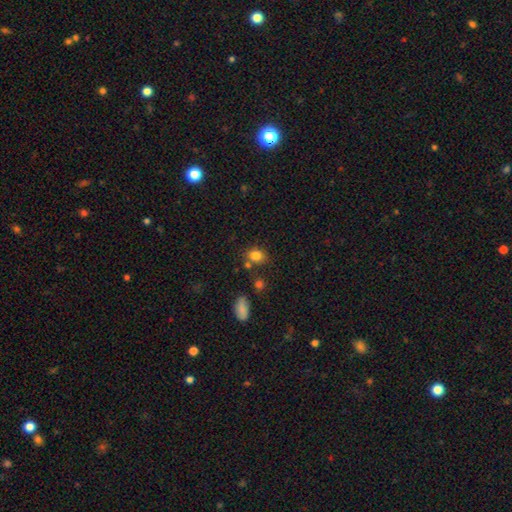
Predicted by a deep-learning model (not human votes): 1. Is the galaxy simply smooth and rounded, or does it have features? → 81% smooth, 11% star or artifact, 7% featured or disk.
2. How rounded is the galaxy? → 56% in between, 42% round, 1% cigar-shaped.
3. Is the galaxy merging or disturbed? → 70% none, 15% minor disturbance, 11% merger, 4% major disturbance.